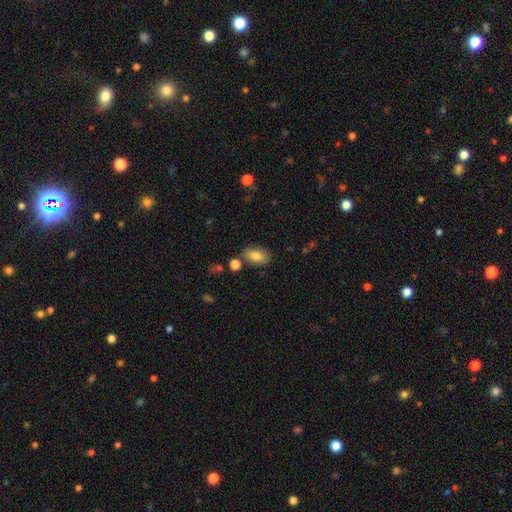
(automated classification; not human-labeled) smooth_or_featured: smooth (p=0.83) [alt: featured or disk p=0.09]
how_rounded: in between (p=0.90) [alt: round p=0.08]
merging: none (p=0.79) [alt: minor disturbance p=0.11]